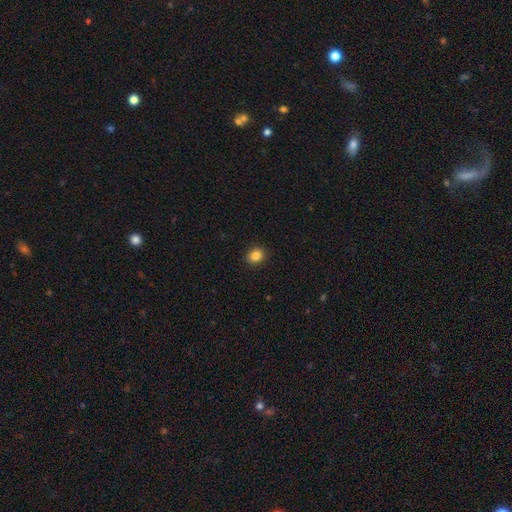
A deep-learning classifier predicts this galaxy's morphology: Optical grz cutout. It shows a smooth galaxy with no disk features (86%) that is round (56%). Merging: none (90%).